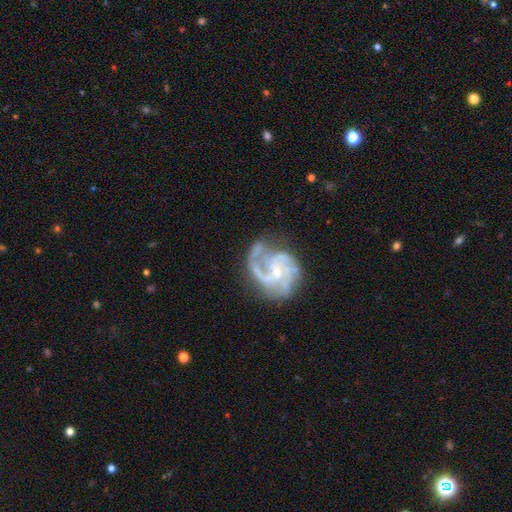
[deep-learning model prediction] Morphology: type=featured or disk (90%); edge-on=no (98%); bar=no (56%); spiral arms=yes (98%); winding=medium (52%); arm count=3 (49%); bulge=small (70%); merging=none (65%).